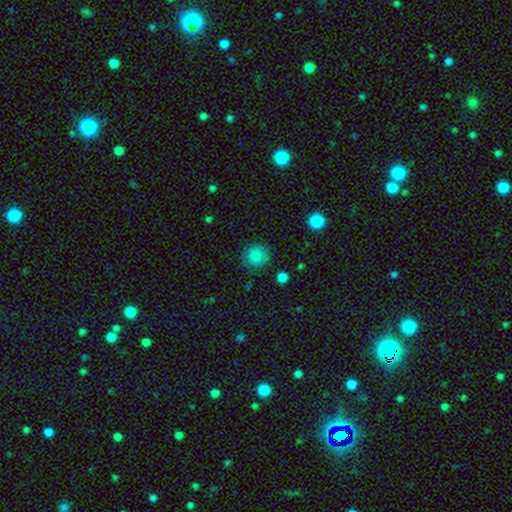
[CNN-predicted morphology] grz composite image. It shows a smooth galaxy with no disk features (84%) that is round (92%). Merging: none (86%).